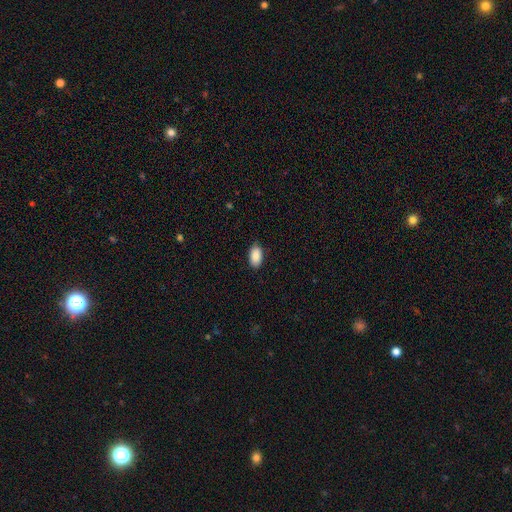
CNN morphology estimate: Overall: smooth (90%). How rounded: in between (94%). Merging: none (85%).